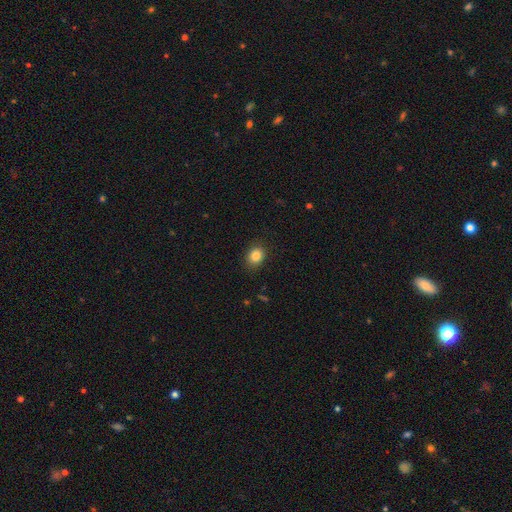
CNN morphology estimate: Smooth or featured: smooth — 85% (star or artifact — 10%)
How rounded: round — 51% (in between — 48%)
Merging: none — 85% (minor disturbance — 11%)